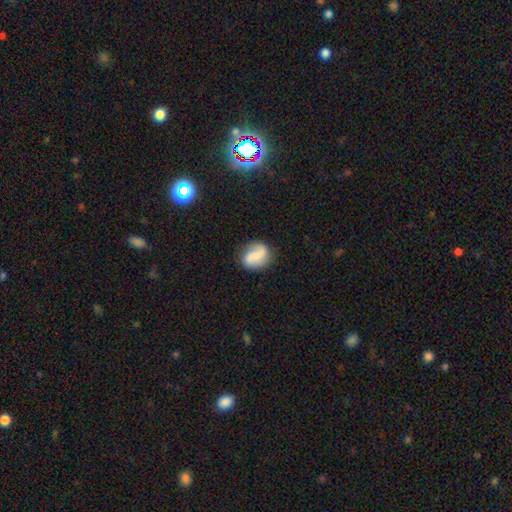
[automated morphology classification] smooth_or_featured: smooth (p=0.50) [alt: featured or disk p=0.41]
how_rounded: in between (p=0.54) [alt: round p=0.44]
merging: none (p=0.71) [alt: minor disturbance p=0.20]